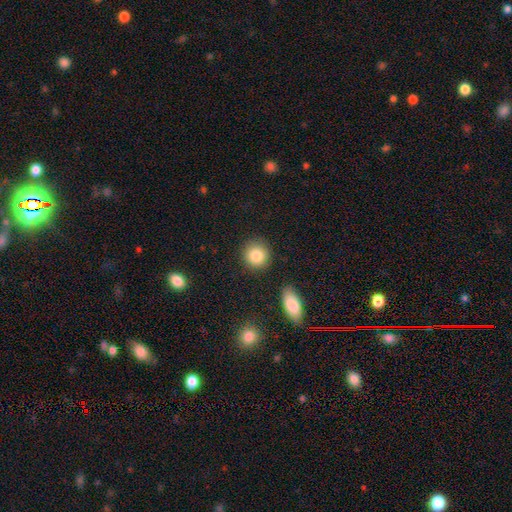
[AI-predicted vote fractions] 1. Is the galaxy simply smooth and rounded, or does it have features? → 85% smooth, 8% star or artifact, 6% featured or disk.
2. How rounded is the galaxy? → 89% round, 10% in between, 1% cigar-shaped.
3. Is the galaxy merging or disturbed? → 87% none, 8% minor disturbance, 3% merger, 3% major disturbance.